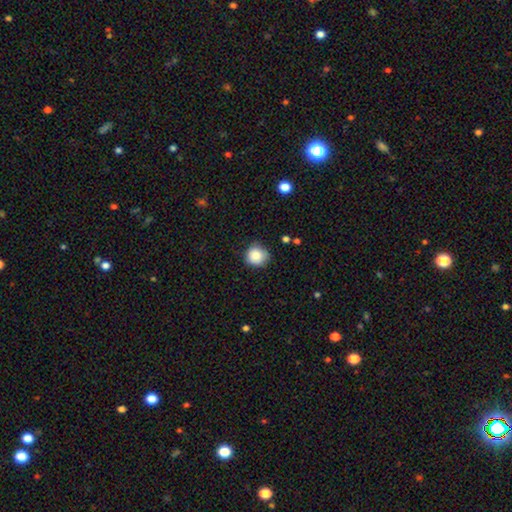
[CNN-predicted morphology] type=smooth (86%); roundness=round (90%); merging=none (73%).